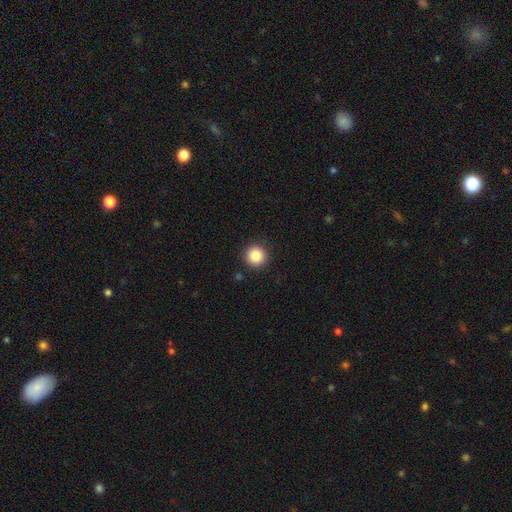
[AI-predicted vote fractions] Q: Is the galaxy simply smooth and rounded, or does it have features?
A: smooth — 86%.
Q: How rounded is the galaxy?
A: round — 95%.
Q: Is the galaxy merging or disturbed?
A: none — 91%.